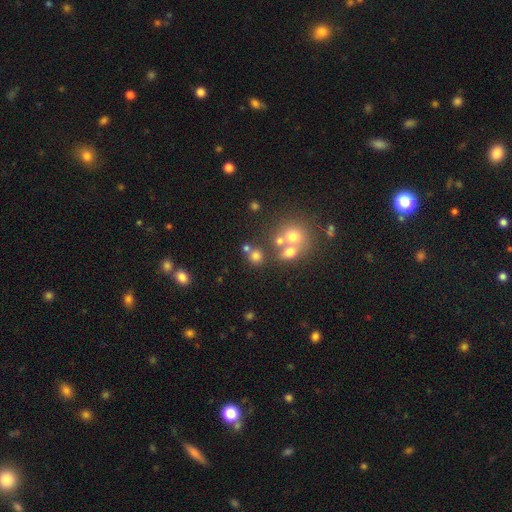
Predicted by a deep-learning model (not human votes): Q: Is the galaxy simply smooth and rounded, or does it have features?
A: smooth — 70%.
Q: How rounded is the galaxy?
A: round — 82%.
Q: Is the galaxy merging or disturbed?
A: none — 58%.